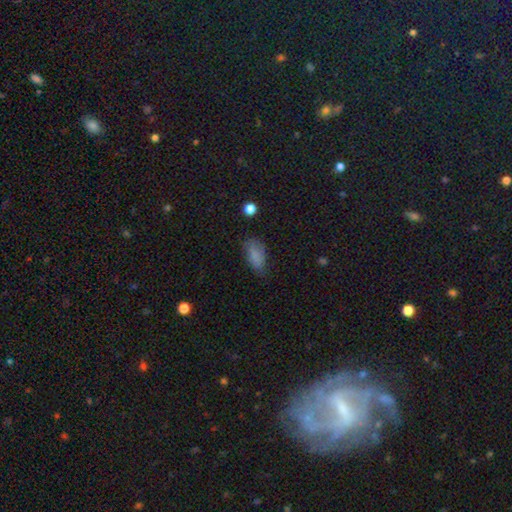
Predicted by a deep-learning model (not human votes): Morphology: type=smooth (82%); roundness=in between (90%); merging=none (64%).